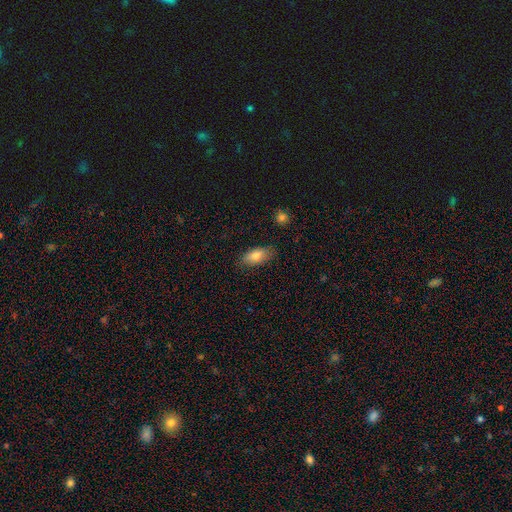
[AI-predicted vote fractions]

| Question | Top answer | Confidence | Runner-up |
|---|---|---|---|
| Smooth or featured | smooth | 82% | featured or disk (11%) |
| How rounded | in between | 87% | cigar-shaped (10%) |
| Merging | none | 81% | minor disturbance (14%) |